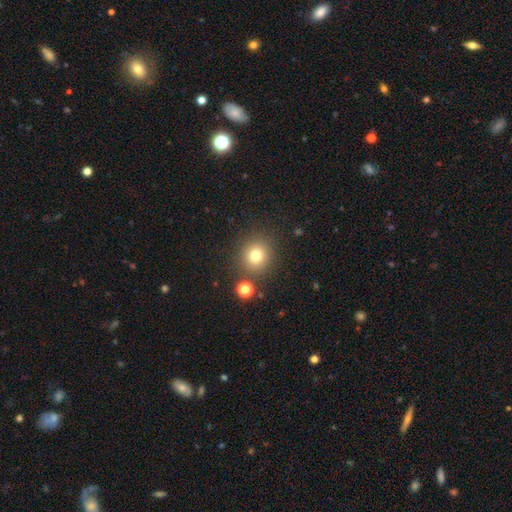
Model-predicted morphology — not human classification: A smooth galaxy with no disk features (77%) that is round (90%).

Vote fractions:
- Smooth or featured? smooth: 77% / star or artifact: 15% / featured or disk: 8%
- How rounded? round: 90% / in between: 9% / cigar-shaped: 1%
- Merging? none: 84% / minor disturbance: 7% / merger: 6% / major disturbance: 3%